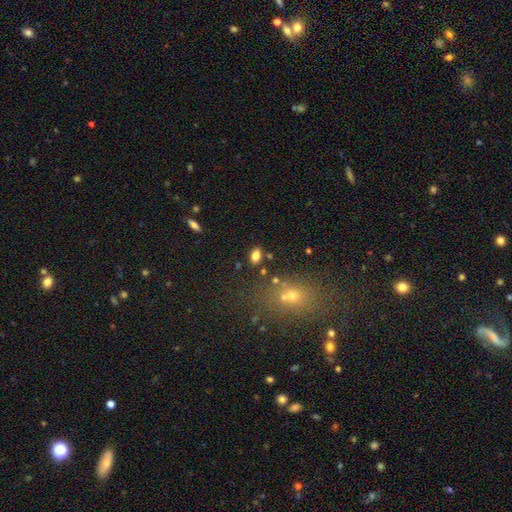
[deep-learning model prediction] This appears to be a smooth galaxy with no disk features (80%) that is in between round and cigar-shaped (81%). Merging: none (81%).